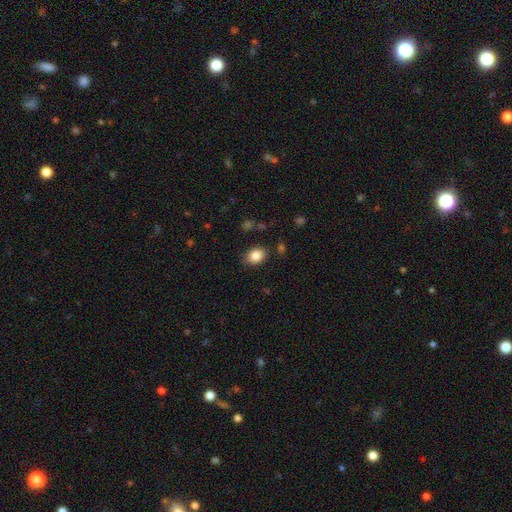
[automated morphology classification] smooth-or-featured: smooth: 86% | star or artifact: 9% | featured or disk: 5%
  how-rounded: in between: 60% | round: 39% | cigar-shaped: 1%
  merging: none: 83% | minor disturbance: 12% | major disturbance: 3% | merger: 2%